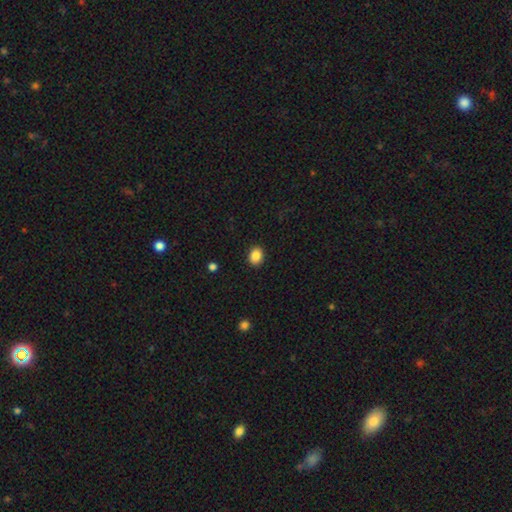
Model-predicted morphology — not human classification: A smooth galaxy with no disk features (88%) that is in between round and cigar-shaped (50%).

Vote fractions:
- Smooth or featured? smooth: 88% / star or artifact: 9% / featured or disk: 3%
- How rounded? in between: 50% / round: 49% / cigar-shaped: 1%
- Merging? none: 91% / minor disturbance: 6% / major disturbance: 2% / merger: 1%